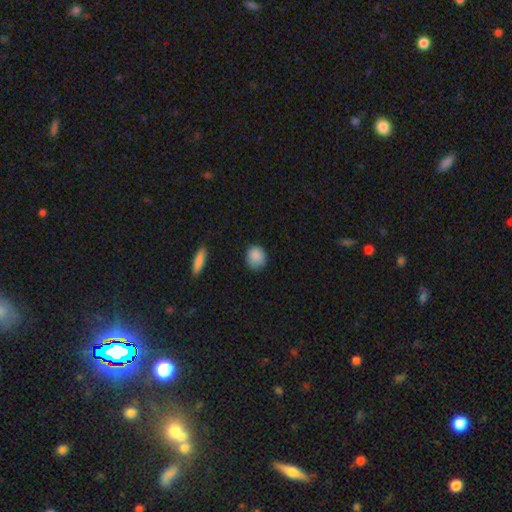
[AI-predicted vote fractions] Smooth or featured? Predicted: smooth (p=0.88). How rounded? Predicted: round (p=0.73). Merging? Predicted: none (p=0.81).